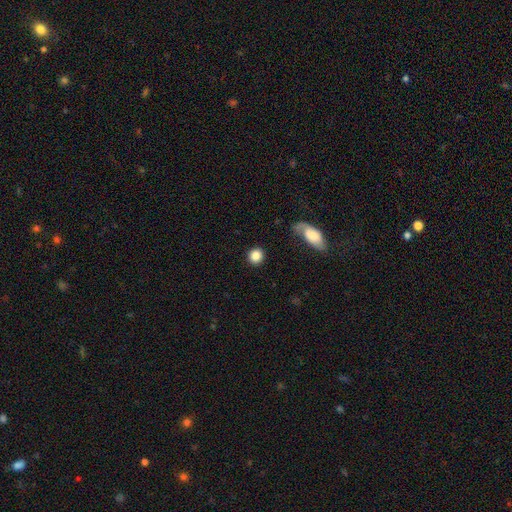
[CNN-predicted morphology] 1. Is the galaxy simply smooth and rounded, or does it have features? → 85% smooth, 8% star or artifact, 6% featured or disk.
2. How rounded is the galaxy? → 90% round, 9% in between, 1% cigar-shaped.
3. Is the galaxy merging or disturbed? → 88% none, 6% minor disturbance, 3% major disturbance, 2% merger.